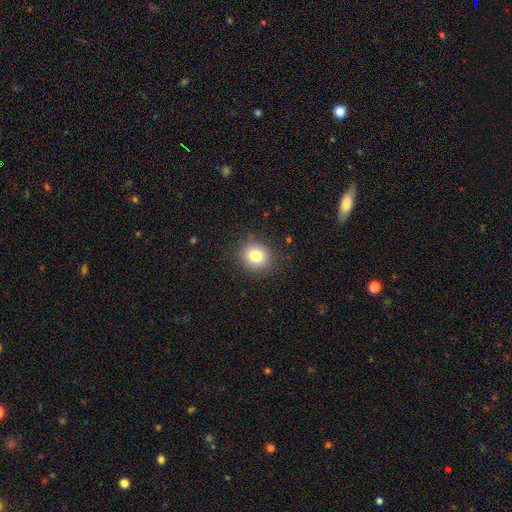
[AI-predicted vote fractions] A smooth galaxy with no disk features (80%) that is round (86%). Merging: none (88%).